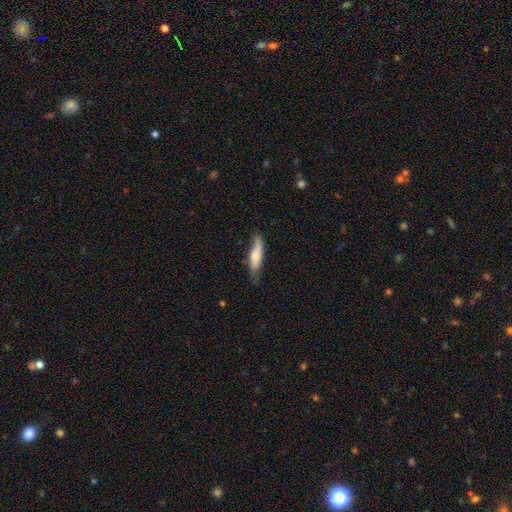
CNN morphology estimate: Overall: smooth (61%; featured or disk 33%). How rounded: cigar-shaped (73%). Merging: none (63%; minor disturbance 28%).